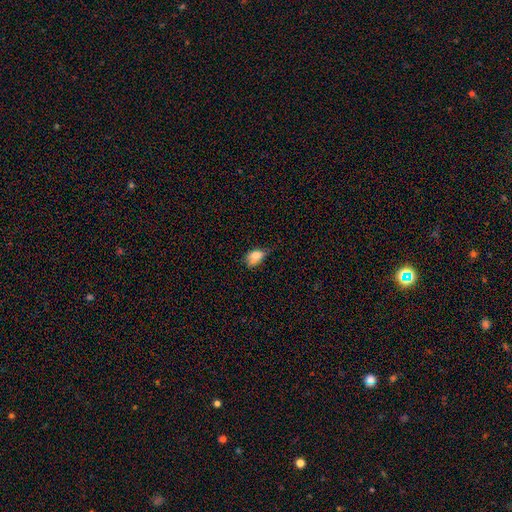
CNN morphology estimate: Overall: smooth (75%). How rounded: in between (83%). Merging: minor disturbance (42%; none 37%).